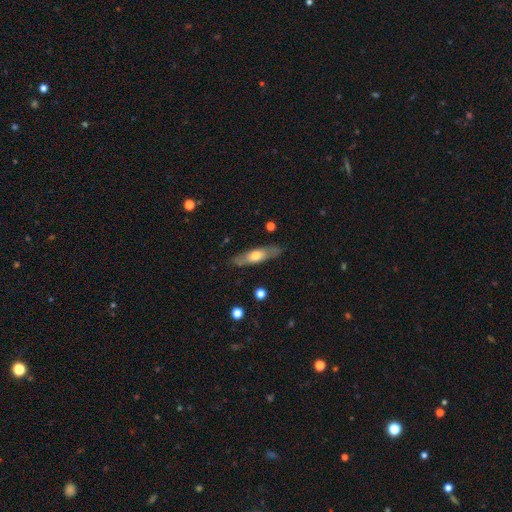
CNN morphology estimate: Smooth or featured: smooth — 52% (featured or disk — 43%)
How rounded: cigar-shaped — 59% (in between — 38%)
Merging: none — 83% (minor disturbance — 12%)